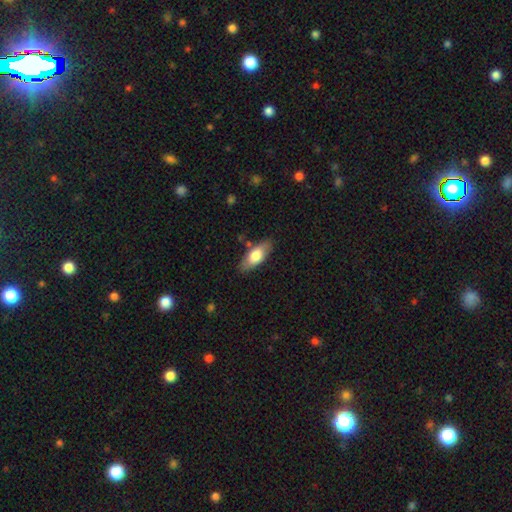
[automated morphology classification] smooth_or_featured: smooth (p=0.72) [alt: featured or disk p=0.23]
how_rounded: in between (p=0.82) [alt: cigar-shaped p=0.16]
merging: none (p=0.82) [alt: minor disturbance p=0.13]